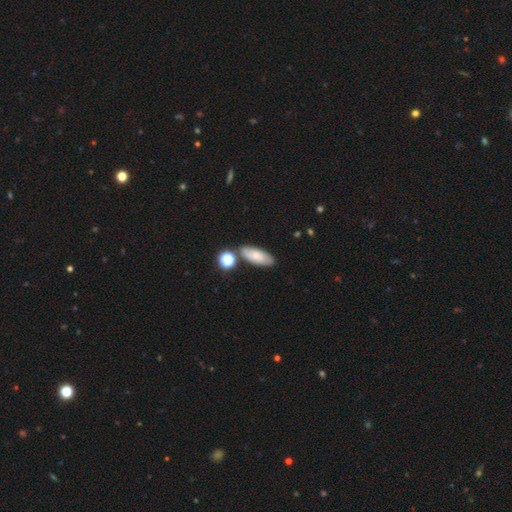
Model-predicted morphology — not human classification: Smooth or featured?
  - smooth: 74% *
  - featured or disk: 18%
  - star or artifact: 8%
How rounded?
  - in between: 79% *
  - cigar-shaped: 17%
  - round: 3%
Merging?
  - none: 71% *
  - minor disturbance: 15%
  - merger: 11%
  - major disturbance: 4%